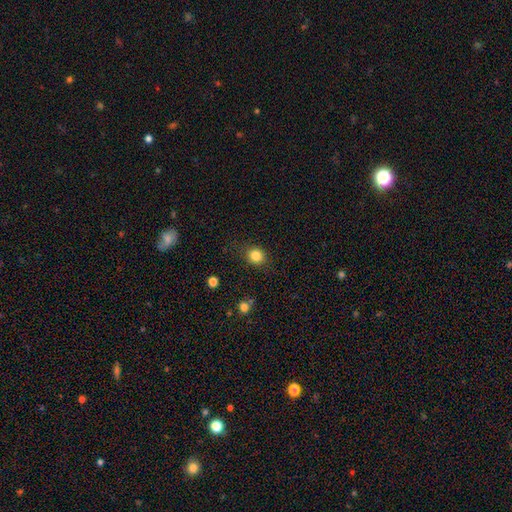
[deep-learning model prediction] This is clearly a smooth galaxy (84%). How rounded: likely round (77%). Merging: clearly none (84%).